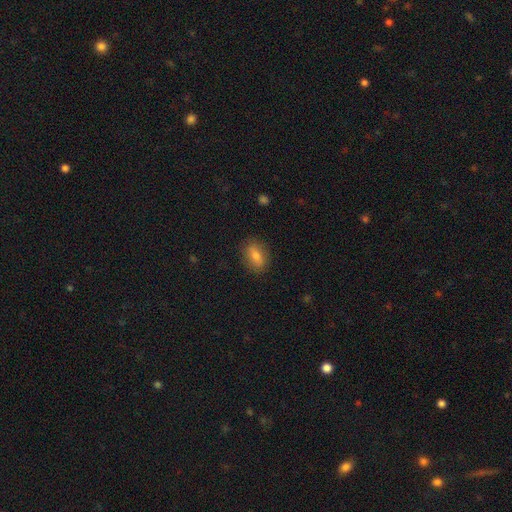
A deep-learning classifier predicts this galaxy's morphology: smooth 76%, featured or disk 15%, star or artifact 9%. Down the decision tree: how rounded — in between (80%); merging — none (86%).